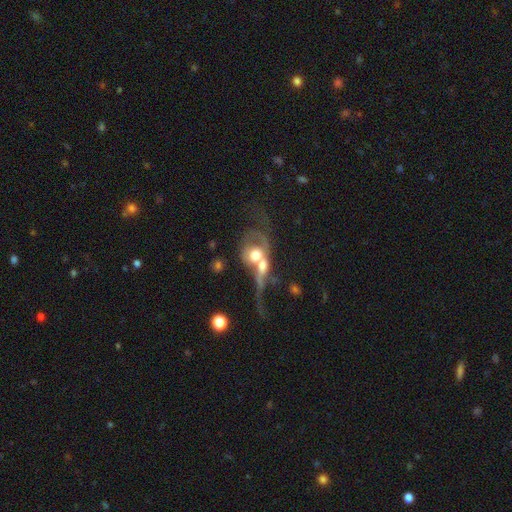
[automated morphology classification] This appears to be a featured or disk galaxy (54%). Merging: merger (75%).